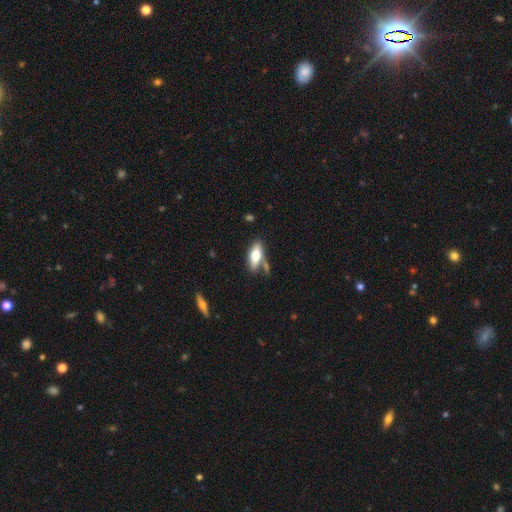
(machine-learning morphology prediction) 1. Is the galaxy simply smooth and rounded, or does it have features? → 65% smooth, 29% featured or disk, 6% star or artifact.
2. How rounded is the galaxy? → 72% in between, 26% cigar-shaped, 3% round.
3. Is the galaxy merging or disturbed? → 61% none, 17% minor disturbance, 16% merger, 6% major disturbance.